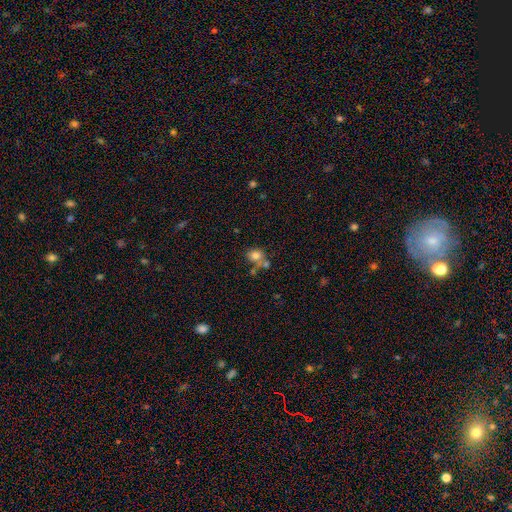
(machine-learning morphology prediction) smooth 77%, star or artifact 12%, featured or disk 11%. Down the decision tree: how rounded — round (62%); merging — none (52%).